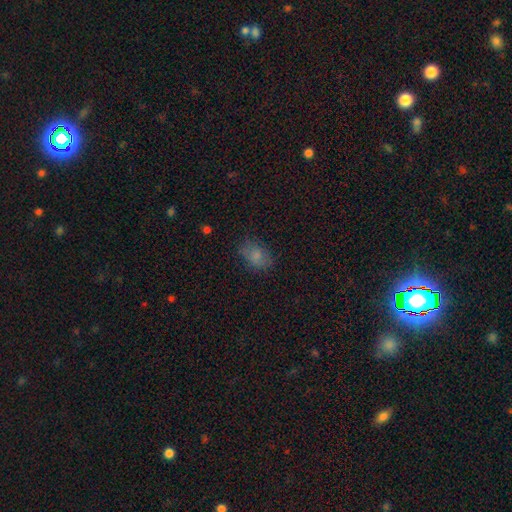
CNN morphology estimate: This is likely a smooth galaxy (78%). How rounded: clearly in between (80%). Merging: likely none (71%).